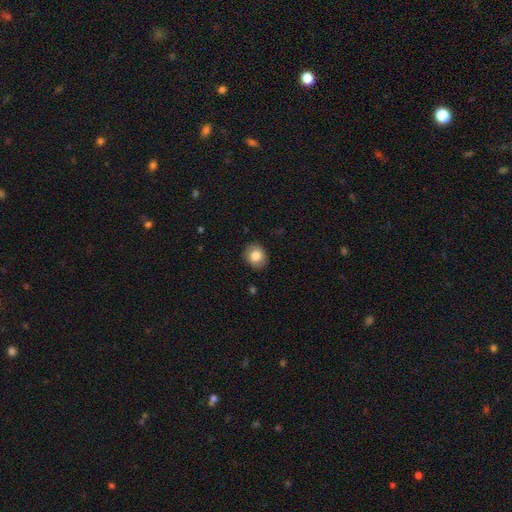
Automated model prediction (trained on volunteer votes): Smooth or featured? smooth (82%)
How rounded? round (61%)
Merging? none (87%)